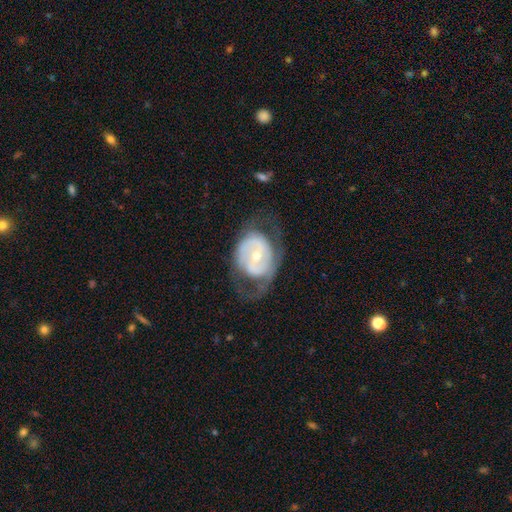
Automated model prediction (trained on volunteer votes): Overall: featured or disk (75%). Edge-on disk: no (96%). Bar: no (54%; weak 33%). Spiral arms: yes (70%; no 30%). Bulge size: small (52%; moderate 44%). Merging: none (51%; major disturbance 26%).